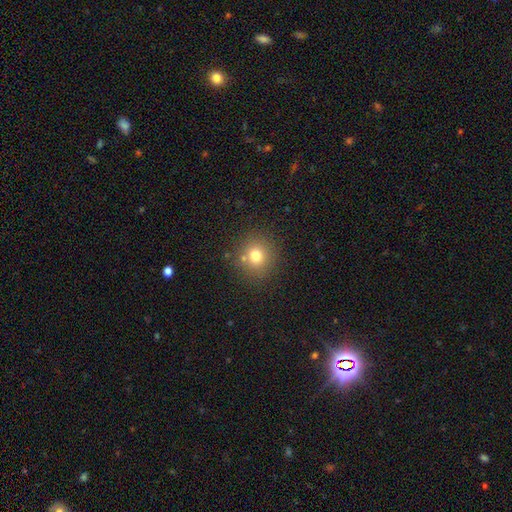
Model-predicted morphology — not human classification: A smooth galaxy with no disk features (75%) that is round (89%).

Vote fractions:
- Smooth or featured? smooth: 75% / star or artifact: 15% / featured or disk: 10%
- How rounded? round: 89% / in between: 10% / cigar-shaped: 1%
- Merging? none: 82% / minor disturbance: 9% / merger: 6% / major disturbance: 3%